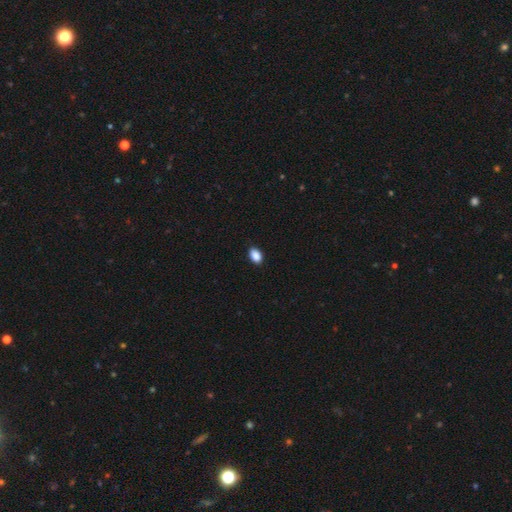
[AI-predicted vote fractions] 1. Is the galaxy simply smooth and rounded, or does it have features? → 89% smooth, 8% star or artifact, 3% featured or disk.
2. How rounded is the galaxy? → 86% in between, 13% round, 1% cigar-shaped.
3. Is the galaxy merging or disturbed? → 88% none, 9% minor disturbance, 2% major disturbance, 1% merger.